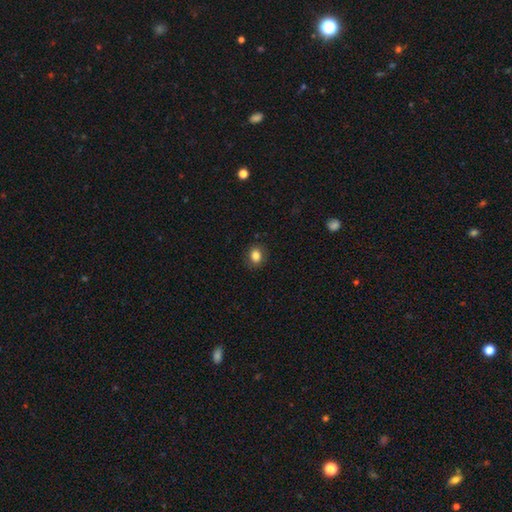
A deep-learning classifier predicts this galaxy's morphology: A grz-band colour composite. It shows a smooth galaxy with no disk features (84%) that is round (55%). Merging: none (87%).